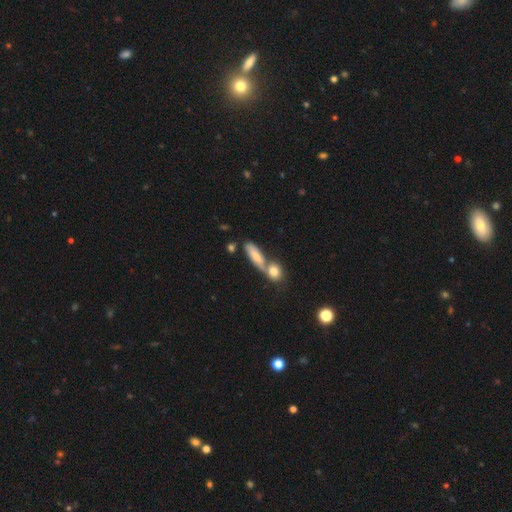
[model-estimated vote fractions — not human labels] A smooth galaxy with no disk features (73%) that is in between round and cigar-shaped (48%).

Vote fractions:
- Smooth or featured? smooth: 73% / featured or disk: 19% / star or artifact: 8%
- How rounded? in between: 48% / cigar-shaped: 47% / round: 4%
- Merging? merger: 44% / none: 41% / minor disturbance: 11% / major disturbance: 4%